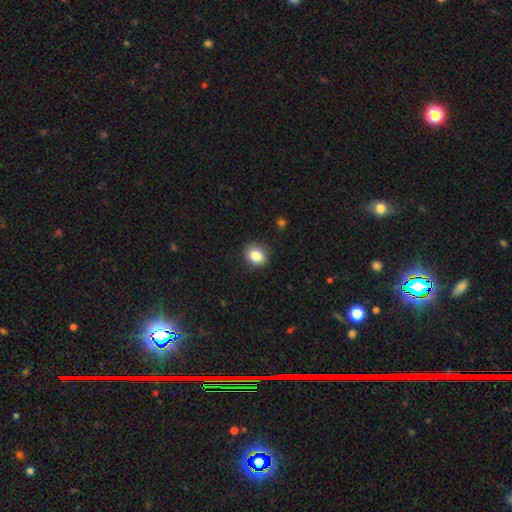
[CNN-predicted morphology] Smooth or featured? smooth (85%)
How rounded? round (58%)
Merging? none (86%)